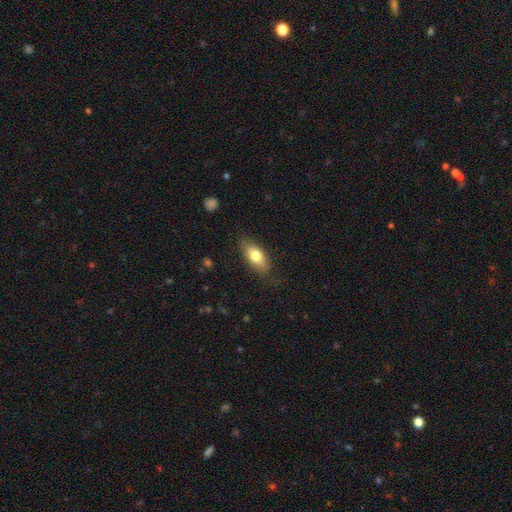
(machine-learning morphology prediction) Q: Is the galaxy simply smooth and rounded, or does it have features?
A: smooth — 76%.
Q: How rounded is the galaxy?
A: in between — 84%.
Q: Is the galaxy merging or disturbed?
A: none — 81%.